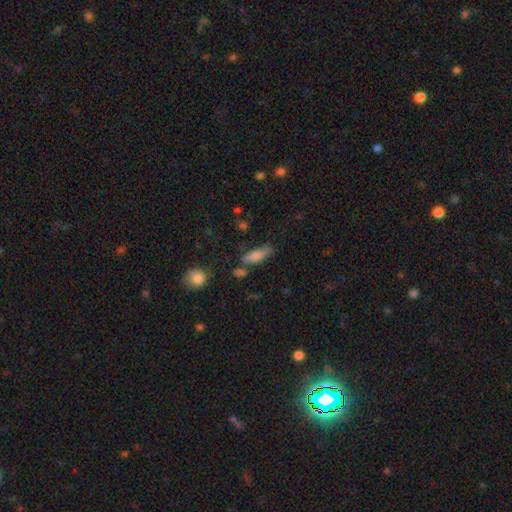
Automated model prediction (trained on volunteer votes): smooth_or_featured: smooth (p=0.78) [alt: featured or disk p=0.14]
how_rounded: in between (p=0.53) [alt: cigar-shaped p=0.44]
merging: none (p=0.61) [alt: minor disturbance p=0.21]